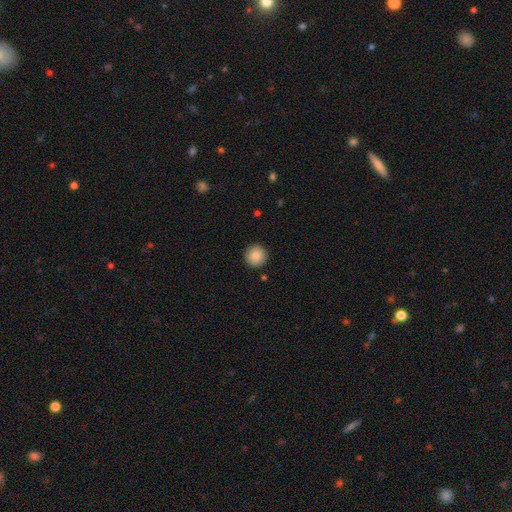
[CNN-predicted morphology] Smooth or featured? smooth (88%)
How rounded? round (95%)
Merging? none (92%)